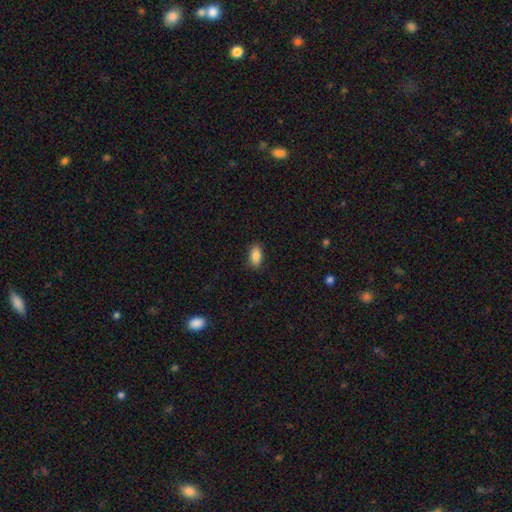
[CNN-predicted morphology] Smooth or featured? smooth (87%)
How rounded? in between (91%)
Merging? none (86%)